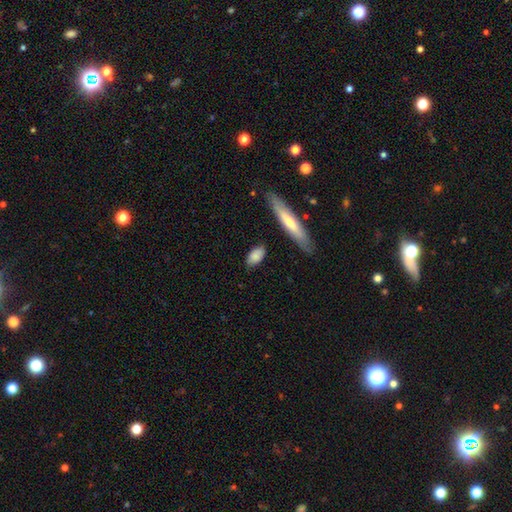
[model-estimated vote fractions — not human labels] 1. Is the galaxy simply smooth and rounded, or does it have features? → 82% smooth, 12% featured or disk, 6% star or artifact.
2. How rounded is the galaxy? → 81% in between, 14% cigar-shaped, 4% round.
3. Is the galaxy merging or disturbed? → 79% none, 15% minor disturbance, 3% major disturbance, 3% merger.